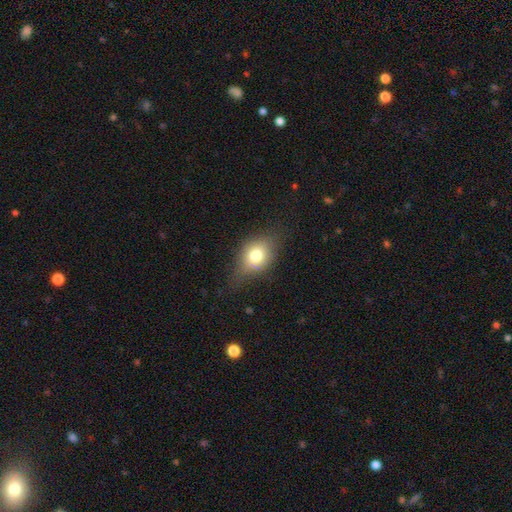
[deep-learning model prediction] The model was most divided on "how rounded": in between: 63%, round: 34%, cigar-shaped: 3%. More confident: smooth or featured — smooth (72%); merging — none (60%).